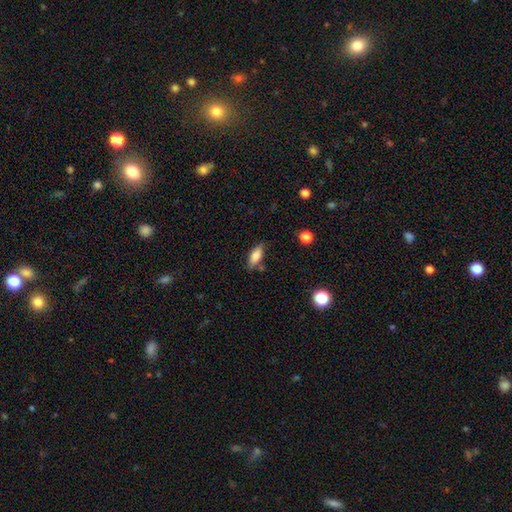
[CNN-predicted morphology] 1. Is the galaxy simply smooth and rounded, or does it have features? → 80% smooth, 12% featured or disk, 7% star or artifact.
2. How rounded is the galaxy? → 75% in between, 23% cigar-shaped, 3% round.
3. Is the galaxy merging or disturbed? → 74% none, 17% minor disturbance, 5% merger, 4% major disturbance.